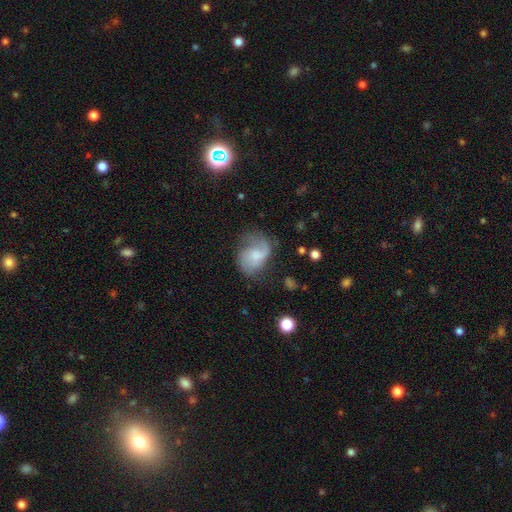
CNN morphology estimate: smooth-or-featured: featured or disk: 55% | smooth: 36% | star or artifact: 8%
  disk-edge-on: no: 97% | yes: 3%
    bar: no: 62% | weak: 33% | strong: 5%
    has-spiral-arms: yes: 86% | no: 14%
    bulge-size: moderate: 32% | small: 30% | none: 24% | large: 11% | dominant: 2%
  merging: none: 45% | minor disturbance: 28% | major disturbance: 25% | merger: 3%